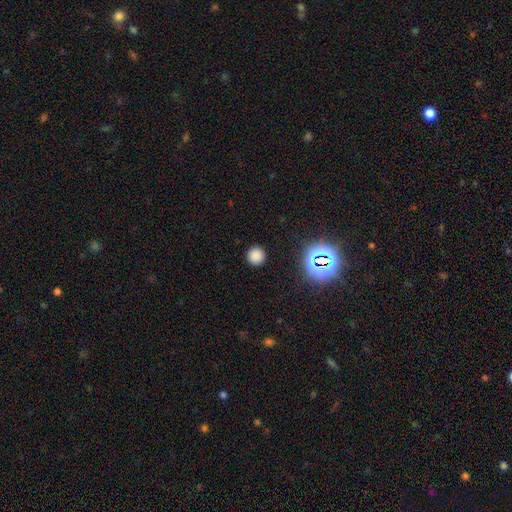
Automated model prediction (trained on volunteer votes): Overall: smooth (79%). How rounded: round (95%). Merging: none (91%).